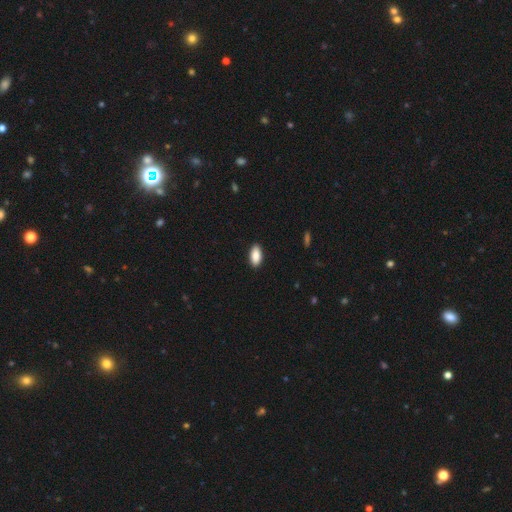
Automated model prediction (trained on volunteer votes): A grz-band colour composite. It shows a smooth galaxy with no disk features (88%) that is in between round and cigar-shaped (92%). Merging: none (90%).